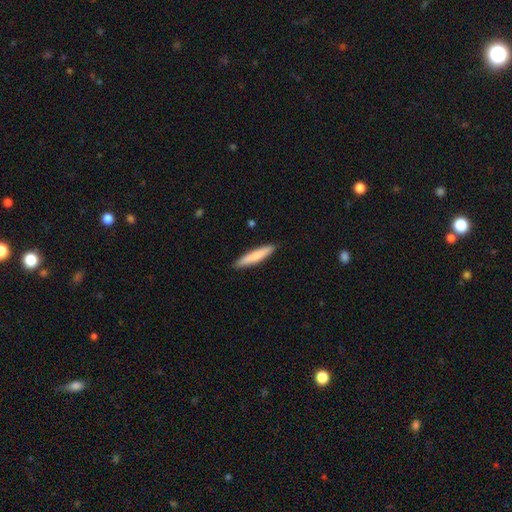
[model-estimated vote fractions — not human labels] This appears to be a smooth galaxy with no disk features (80%) that is cigar-shaped (90%). Merging: none (90%).